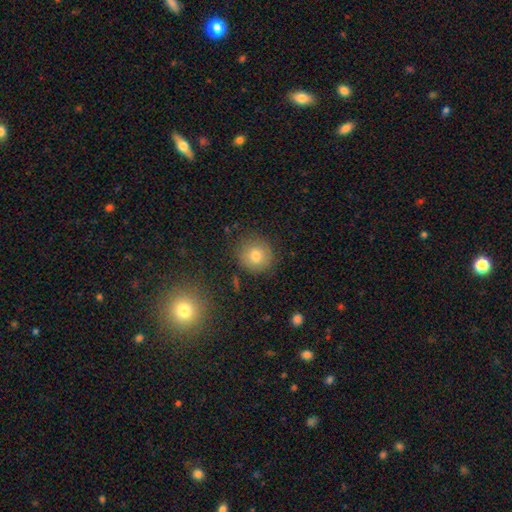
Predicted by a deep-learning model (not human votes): Smooth or featured? Predicted: smooth (p=0.77). How rounded? Predicted: round (p=0.90). Merging? Predicted: none (p=0.85).